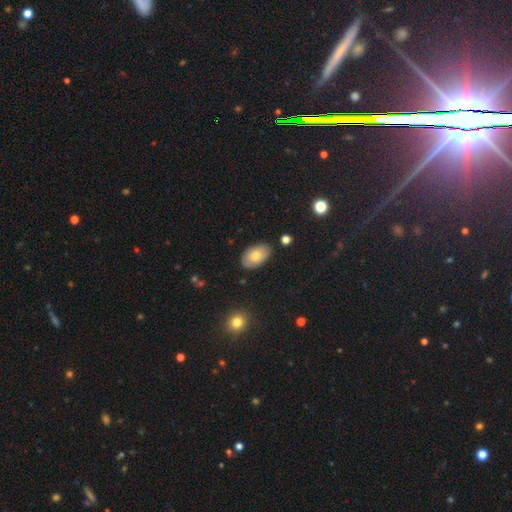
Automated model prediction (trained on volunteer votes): Q: Smooth or featured?
A: smooth (71%); runner-up: featured or disk (21%)
Q: How rounded?
A: in between (92%); runner-up: round (7%)
Q: Merging?
A: none (81%); runner-up: minor disturbance (14%)